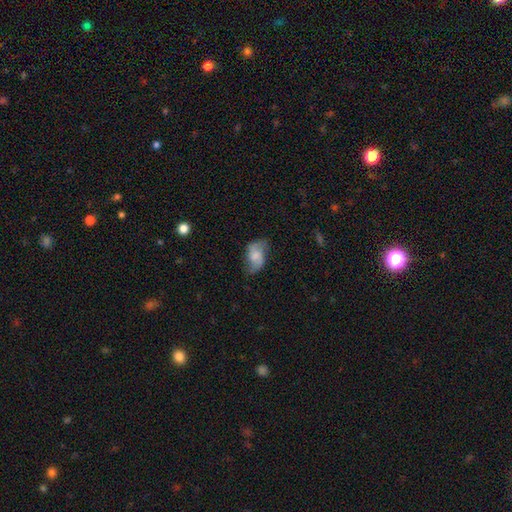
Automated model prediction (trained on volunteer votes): Morphology: type=featured or disk (50%); edge-on=no (96%); merging=none (63%).